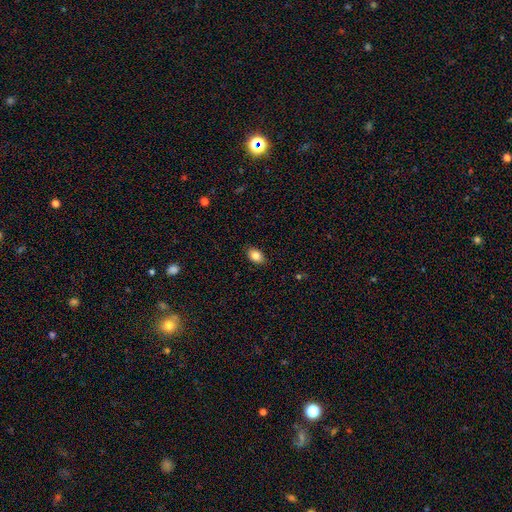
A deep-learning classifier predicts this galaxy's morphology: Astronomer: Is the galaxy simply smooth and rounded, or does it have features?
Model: smooth — 84%.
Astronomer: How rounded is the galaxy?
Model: in between — 84%.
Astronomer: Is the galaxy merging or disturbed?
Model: none — 87%.